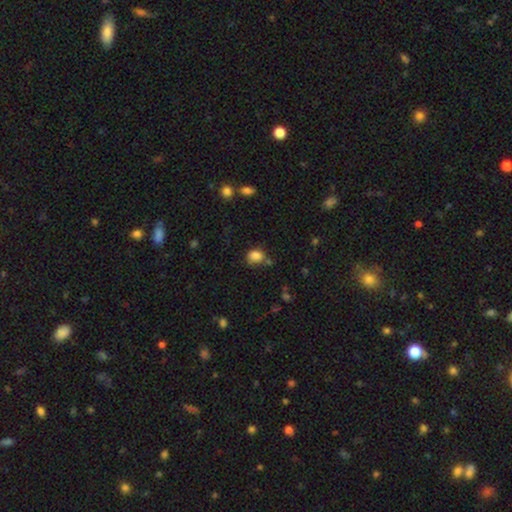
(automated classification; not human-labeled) smooth_or_featured: smooth (p=0.84) [alt: star or artifact p=0.11]
how_rounded: round (p=0.51) [alt: in between p=0.48]
merging: none (p=0.62) [alt: minor disturbance p=0.21]